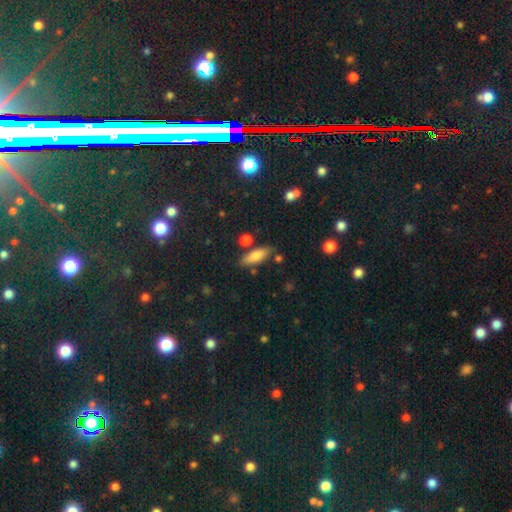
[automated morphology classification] A smooth galaxy with no disk features (78%) that is in between round and cigar-shaped (53%). Merging: none (78%).